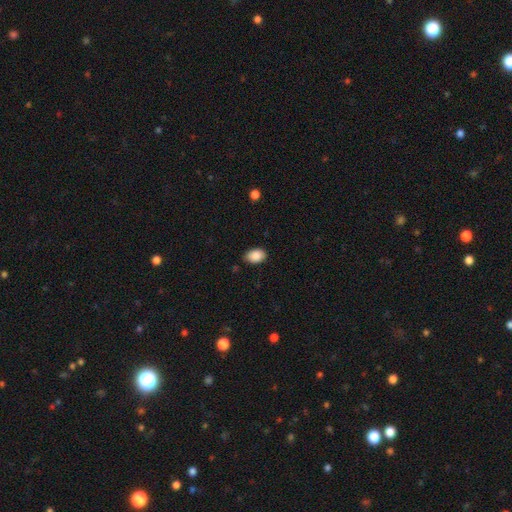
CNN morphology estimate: smooth 89%, star or artifact 7%, featured or disk 4%. Down the decision tree: how rounded — in between (86%); merging — none (78%).